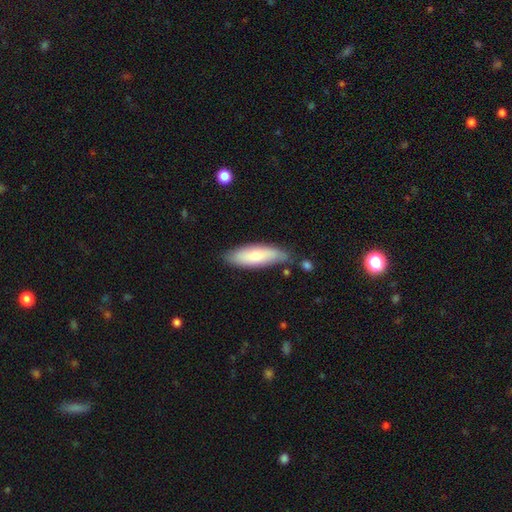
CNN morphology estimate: type=smooth (72%); roundness=in between (57%); merging=none (74%).